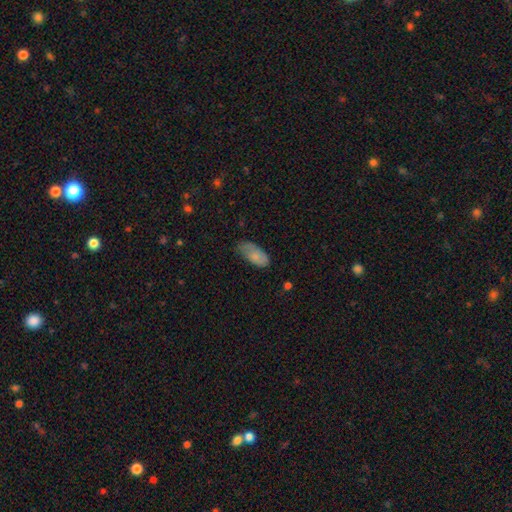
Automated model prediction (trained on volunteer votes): Smooth or featured? Predicted: smooth (p=0.79). How rounded? Predicted: in between (p=0.91). Merging? Predicted: none (p=0.51).